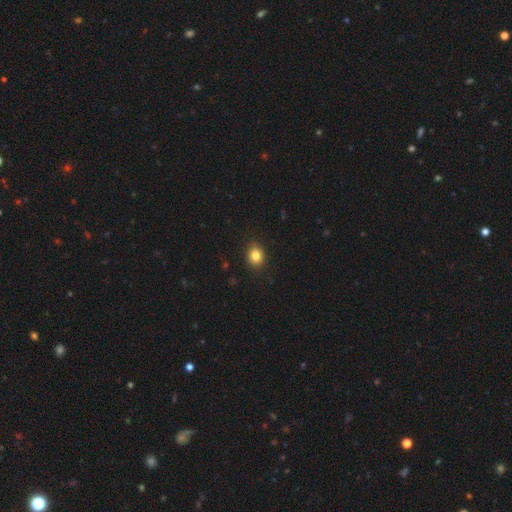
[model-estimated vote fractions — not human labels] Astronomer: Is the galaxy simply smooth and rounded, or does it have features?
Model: smooth — 83%.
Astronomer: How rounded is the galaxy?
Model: round — 67%.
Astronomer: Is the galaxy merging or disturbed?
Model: none — 89%.